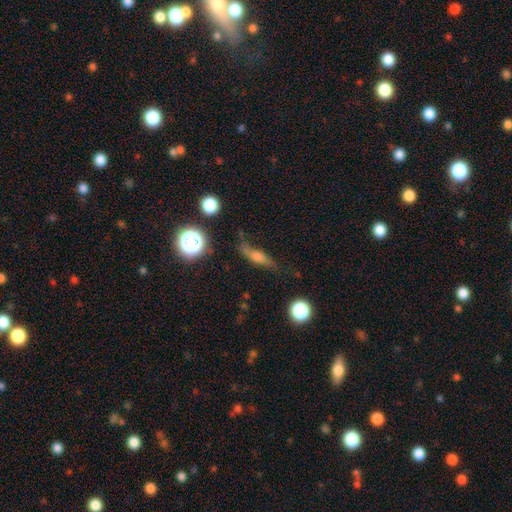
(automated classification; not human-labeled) Q: Smooth or featured?
A: featured or disk (48%); runner-up: smooth (33%)
Q: Merging?
A: none (67%); runner-up: minor disturbance (21%)